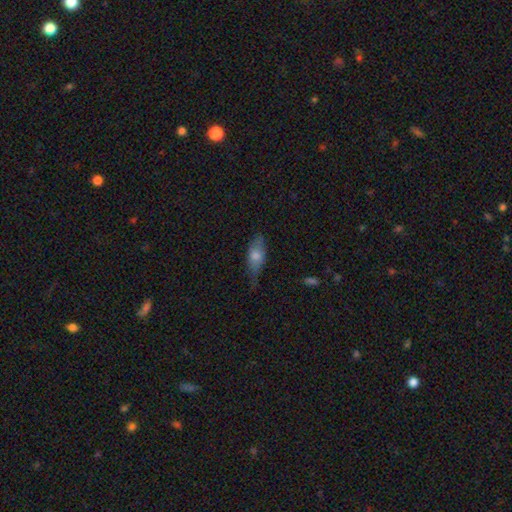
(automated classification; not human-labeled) Smooth or featured? Predicted: smooth (p=0.65). How rounded? Predicted: in between (p=0.72). Merging? Predicted: none (p=0.60).